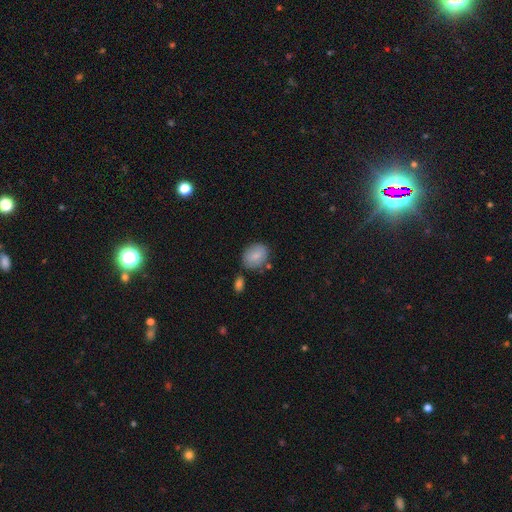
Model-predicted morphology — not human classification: smooth-or-featured: smooth: 82% | featured or disk: 11% | star or artifact: 7%
  how-rounded: in between: 65% | round: 34% | cigar-shaped: 1%
  merging: none: 71% | minor disturbance: 16% | merger: 9% | major disturbance: 4%